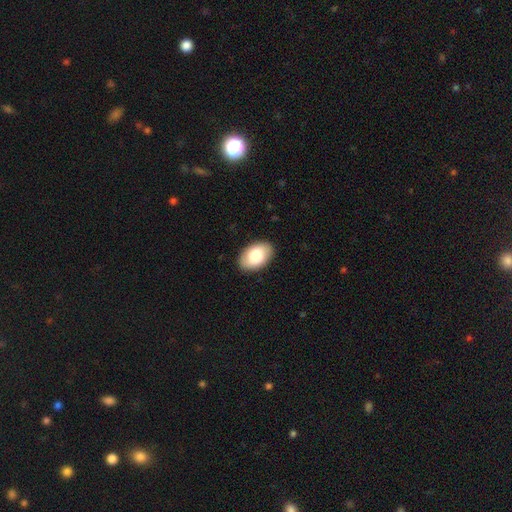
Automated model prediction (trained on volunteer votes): Smooth or featured? Predicted: smooth (p=0.80). How rounded? Predicted: in between (p=0.91). Merging? Predicted: none (p=0.88).